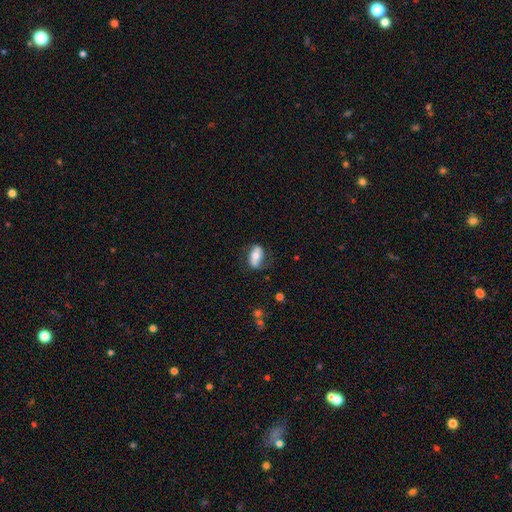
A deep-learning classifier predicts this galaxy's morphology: A smooth galaxy with no disk features (53%) that is in between round and cigar-shaped (87%).

Vote fractions:
- Smooth or featured? smooth: 53% / featured or disk: 40% / star or artifact: 7%
- How rounded? in between: 87% / round: 8% / cigar-shaped: 5%
- Merging? none: 66% / minor disturbance: 23% / major disturbance: 10% / merger: 2%